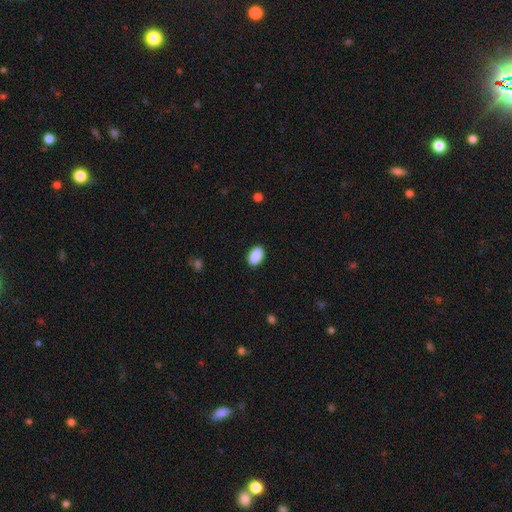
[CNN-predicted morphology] Smooth or featured? smooth (91%)
How rounded? in between (87%)
Merging? none (89%)